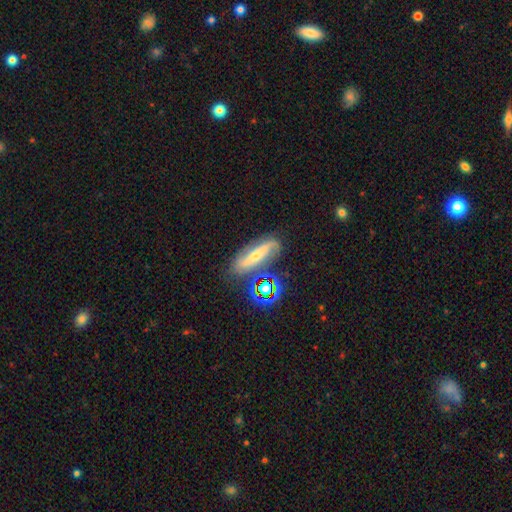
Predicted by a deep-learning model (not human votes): This appears to be a featured or disk galaxy (63%). Merging: none (70%).